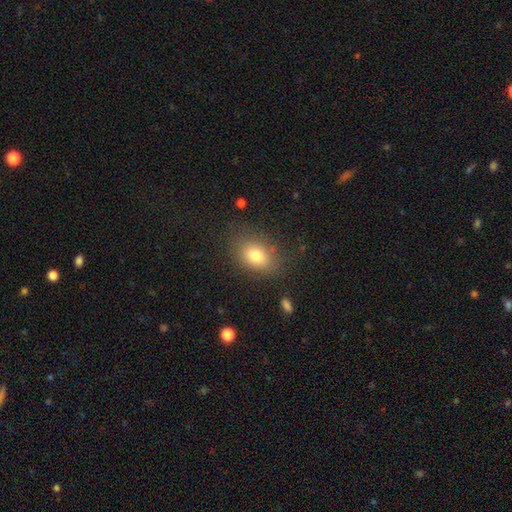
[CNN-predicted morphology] smooth_or_featured: smooth (p=0.78) [alt: featured or disk p=0.11]
how_rounded: in between (p=0.75) [alt: round p=0.24]
merging: none (p=0.79) [alt: minor disturbance p=0.14]